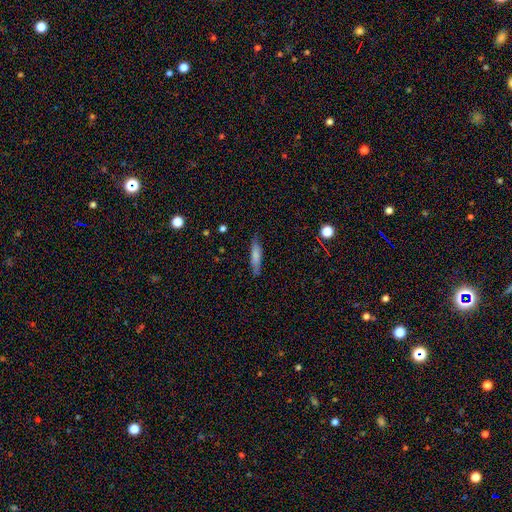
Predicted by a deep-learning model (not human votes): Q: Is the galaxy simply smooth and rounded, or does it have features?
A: smooth — 76%.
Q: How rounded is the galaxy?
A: cigar-shaped — 77%.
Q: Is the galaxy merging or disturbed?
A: none — 82%.